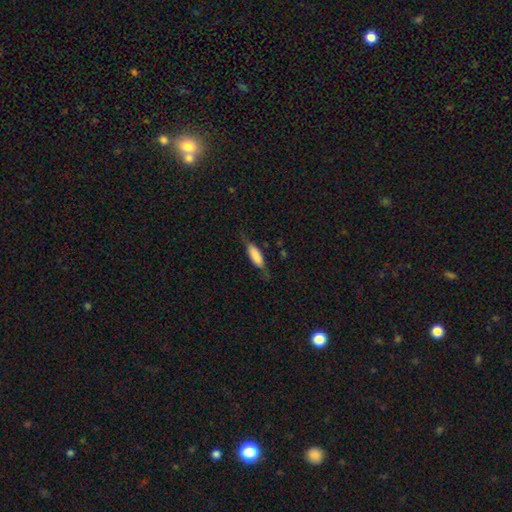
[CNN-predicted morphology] type=smooth (70%); roundness=in between (55%); merging=none (65%).